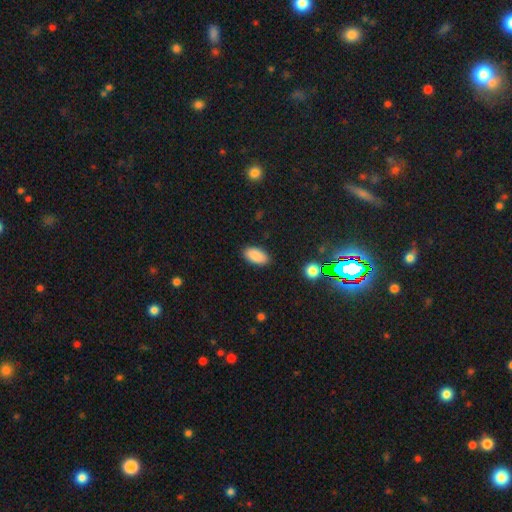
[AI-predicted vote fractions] This is clearly a smooth galaxy (89%). How rounded: clearly in between (94%). Merging: clearly none (87%).